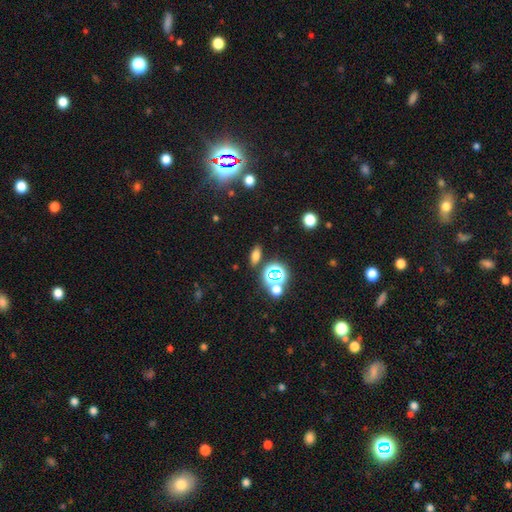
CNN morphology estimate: smooth_or_featured: smooth (p=0.62) [alt: star or artifact p=0.25]
how_rounded: in between (p=0.70) [alt: cigar-shaped p=0.16]
merging: none (p=0.83) [alt: minor disturbance p=0.09]